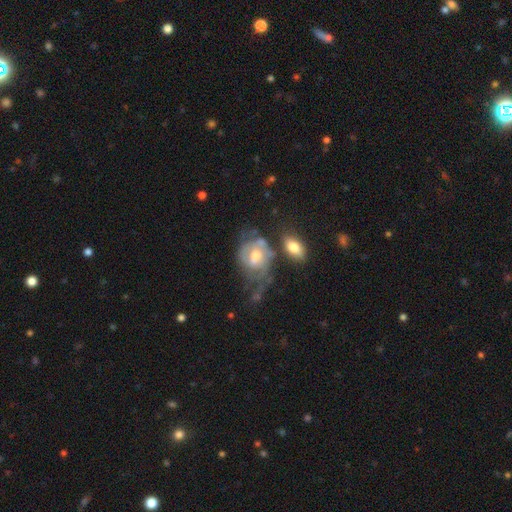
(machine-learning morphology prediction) type=featured or disk (67%); edge-on=no (96%); bar=no (51%); spiral arms=yes (72%); bulge=moderate (66%); merging=major disturbance (31%).